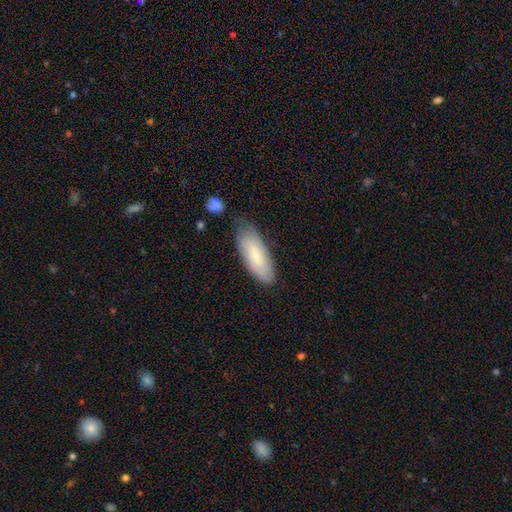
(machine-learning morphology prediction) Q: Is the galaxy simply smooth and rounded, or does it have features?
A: smooth — 68%.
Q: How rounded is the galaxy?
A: in between — 74%.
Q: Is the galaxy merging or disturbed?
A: none — 67%.